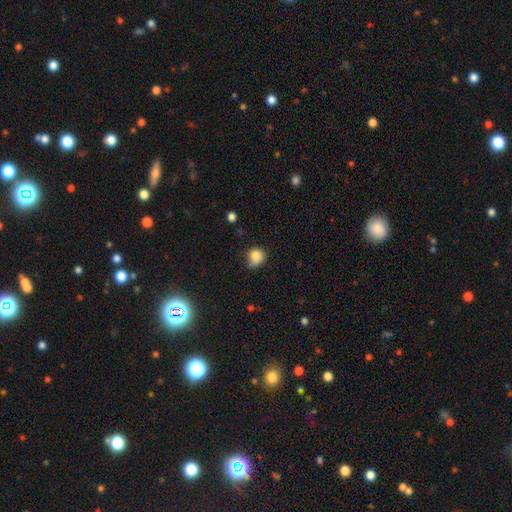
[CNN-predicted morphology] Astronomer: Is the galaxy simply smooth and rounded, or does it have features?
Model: smooth — 80%.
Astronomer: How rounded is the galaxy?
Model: round — 65%.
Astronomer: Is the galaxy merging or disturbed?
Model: none — 42% (runner-up: minor disturbance, 39%).